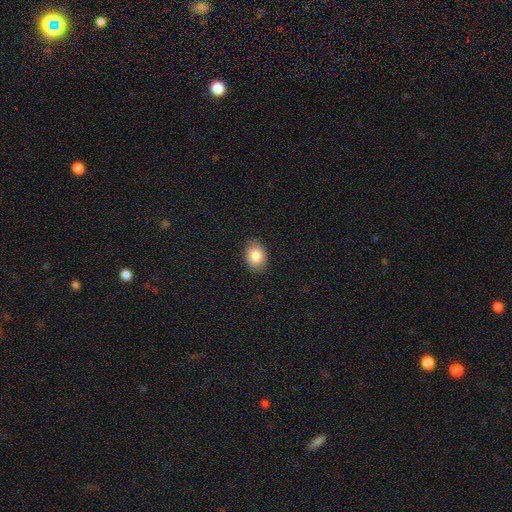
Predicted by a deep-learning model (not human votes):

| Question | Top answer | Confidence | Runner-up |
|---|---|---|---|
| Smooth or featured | smooth | 85% | featured or disk (8%) |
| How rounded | in between | 76% | round (23%) |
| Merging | none | 87% | minor disturbance (10%) |